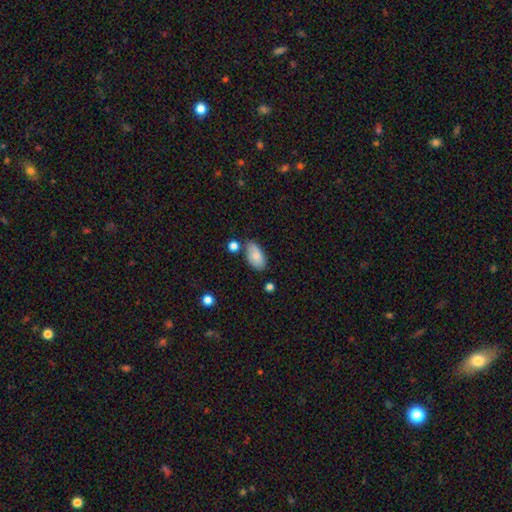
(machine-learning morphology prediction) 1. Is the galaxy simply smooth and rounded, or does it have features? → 80% smooth, 13% featured or disk, 7% star or artifact.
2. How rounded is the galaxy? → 94% in between, 4% round, 2% cigar-shaped.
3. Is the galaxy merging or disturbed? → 66% none, 21% minor disturbance, 9% merger, 4% major disturbance.